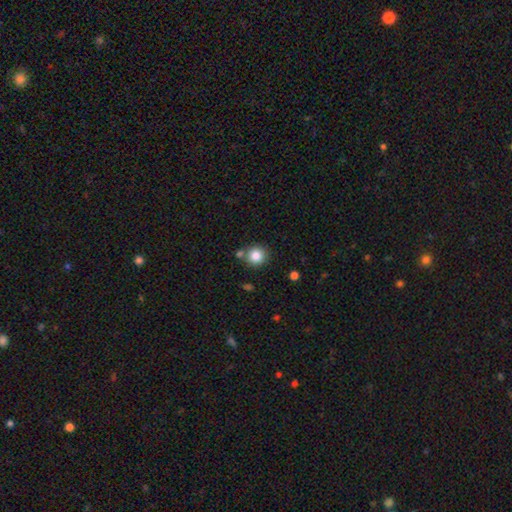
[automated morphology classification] Q: Smooth or featured?
A: smooth (84%); runner-up: star or artifact (10%)
Q: How rounded?
A: round (92%); runner-up: in between (8%)
Q: Merging?
A: none (76%); runner-up: merger (12%)